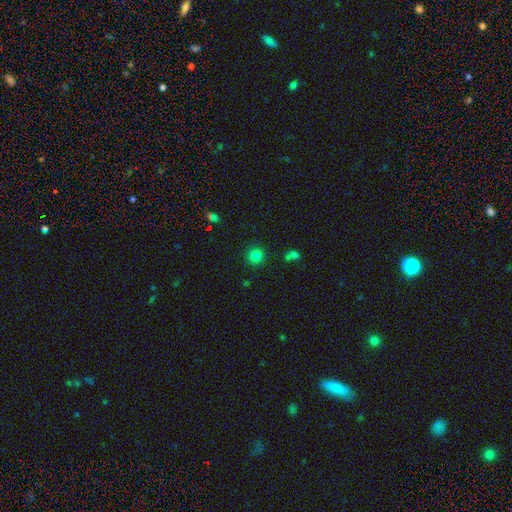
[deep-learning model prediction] A smooth galaxy with no disk features (81%) that is round (94%).

Vote fractions:
- Smooth or featured? smooth: 81% / star or artifact: 14% / featured or disk: 5%
- How rounded? round: 94% / in between: 5% / cigar-shaped: 1%
- Merging? none: 88% / minor disturbance: 6% / merger: 3% / major disturbance: 2%